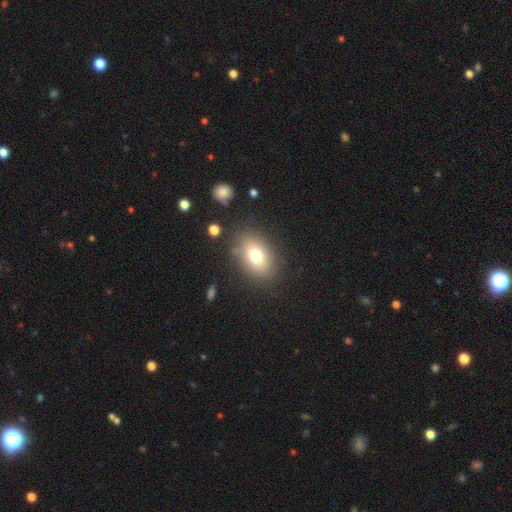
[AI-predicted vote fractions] A smooth galaxy with no disk features (75%) that is in between round and cigar-shaped (80%).

Vote fractions:
- Smooth or featured? smooth: 75% / featured or disk: 14% / star or artifact: 11%
- How rounded? in between: 80% / round: 18% / cigar-shaped: 2%
- Merging? none: 83% / minor disturbance: 11% / major disturbance: 4% / merger: 2%